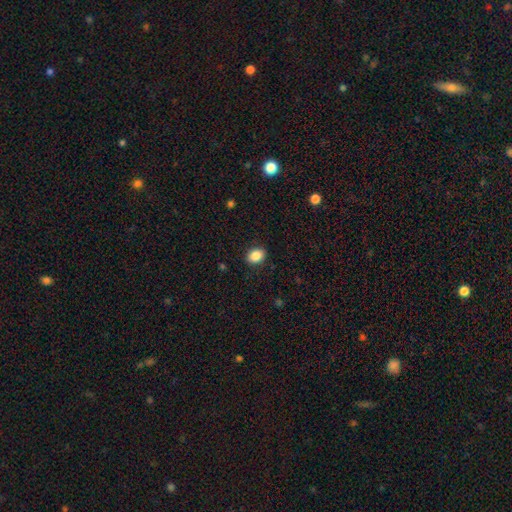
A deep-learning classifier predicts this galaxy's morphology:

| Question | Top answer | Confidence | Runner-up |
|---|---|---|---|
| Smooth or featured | smooth | 87% | star or artifact (8%) |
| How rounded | in between | 68% | round (31%) |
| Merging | none | 89% | minor disturbance (8%) |